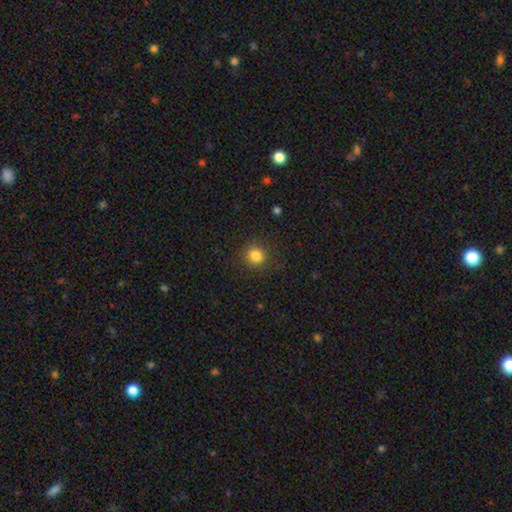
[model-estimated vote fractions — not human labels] Smooth or featured? Predicted: smooth (p=0.83). How rounded? Predicted: round (p=0.92). Merging? Predicted: none (p=0.89).